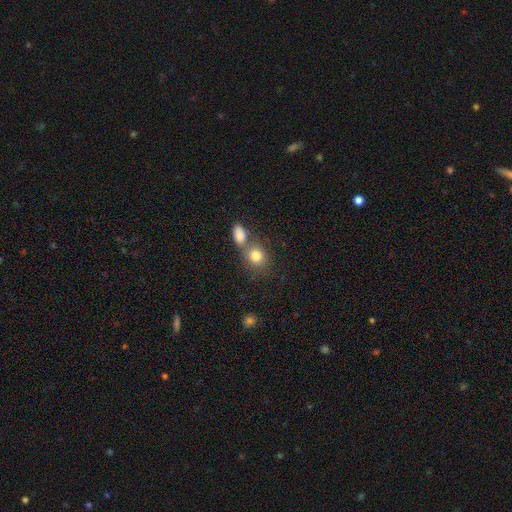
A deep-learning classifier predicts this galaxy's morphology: smooth-or-featured: smooth: 81% | star or artifact: 10% | featured or disk: 9%
  how-rounded: round: 68% | in between: 30% | cigar-shaped: 1%
  merging: none: 47% | merger: 39% | minor disturbance: 10% | major disturbance: 4%